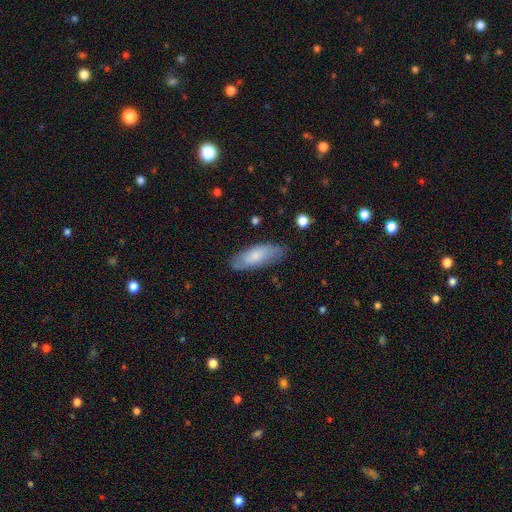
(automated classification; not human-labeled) Overall: smooth (72%). How rounded: in between (69%; cigar-shaped 30%). Merging: none (78%).